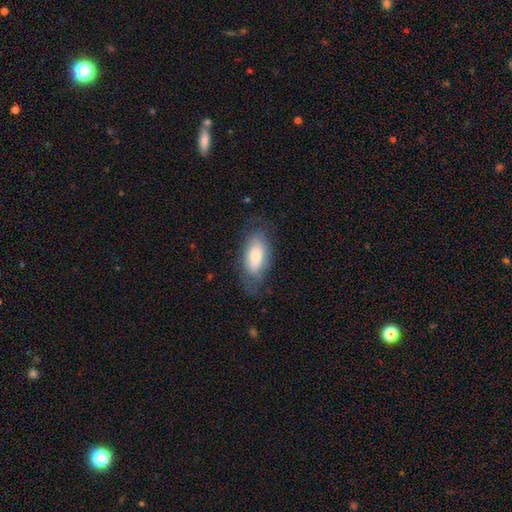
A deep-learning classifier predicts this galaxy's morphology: Smooth or featured? Predicted: smooth (p=0.68). How rounded? Predicted: in between (p=0.87). Merging? Predicted: none (p=0.69).